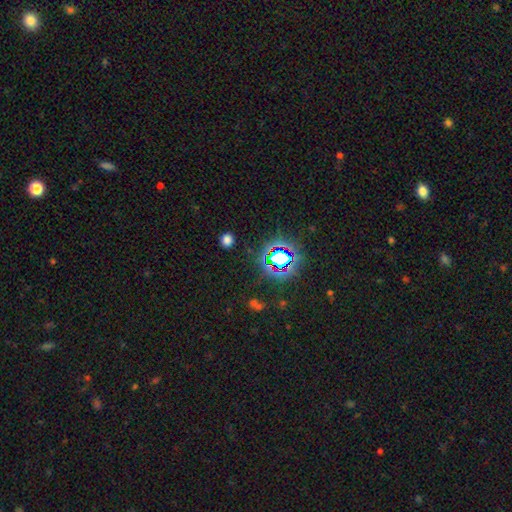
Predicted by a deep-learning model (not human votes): smooth_or_featured: star or artifact (p=0.77) [alt: smooth p=0.14]